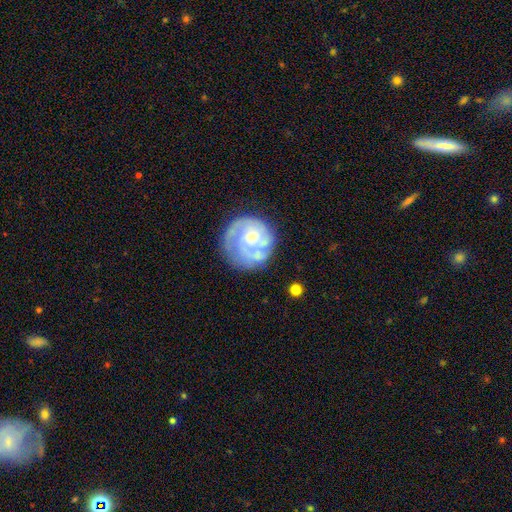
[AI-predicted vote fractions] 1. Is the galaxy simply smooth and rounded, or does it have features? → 73% featured or disk, 21% smooth, 6% star or artifact.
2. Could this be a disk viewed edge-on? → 98% no, 2% yes.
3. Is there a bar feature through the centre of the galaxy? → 75% no, 21% weak, 4% strong.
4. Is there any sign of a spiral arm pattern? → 81% yes, 19% no.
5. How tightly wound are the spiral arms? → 58% tight, 30% medium, 12% loose.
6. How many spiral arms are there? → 34% can't tell, 23% 2, 20% 3, 14% 1, 5% 4, 4% more than 4.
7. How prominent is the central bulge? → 53% moderate, 36% small, 6% large, 5% none, 1% dominant.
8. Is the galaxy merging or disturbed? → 65% none, 19% minor disturbance, 12% major disturbance, 4% merger.